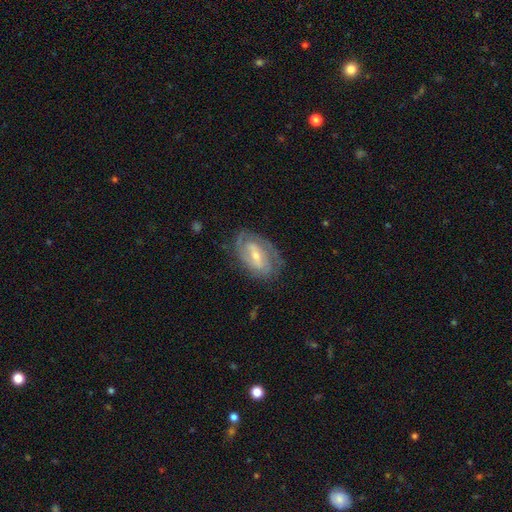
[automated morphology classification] A featured or disk galaxy (80%) with a weak bar (42%), 2 (63%) tight (53%) spiral arms (88%) and a small central bulge (54%).

Vote fractions:
- Smooth or featured? featured or disk: 80% / smooth: 15% / star or artifact: 6%
- Edge-on disk? no: 95% / yes: 5%
- Bar? weak: 42% / strong: 40% / no: 18%
- Spiral arms? yes: 88% / no: 12%
- Spiral winding? tight: 53% / medium: 36% / loose: 11%
- Spiral arm count? 2: 63% / can't tell: 22% / 3: 7% / 1: 5% / 4: 2% / more than 4: 2%
- Bulge size? small: 54% / moderate: 41% / large: 2% / none: 2% / dominant: 1%
- Merging? none: 73% / minor disturbance: 18% / major disturbance: 8% / merger: 1%